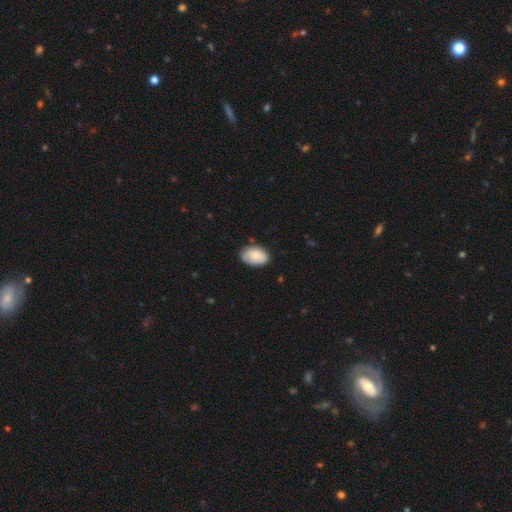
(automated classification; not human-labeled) Smooth or featured?
  - smooth: 65% *
  - featured or disk: 28%
  - star or artifact: 7%
How rounded?
  - in between: 87% *
  - round: 12%
  - cigar-shaped: 1%
Merging?
  - none: 73% *
  - minor disturbance: 22%
  - major disturbance: 4%
  - merger: 1%